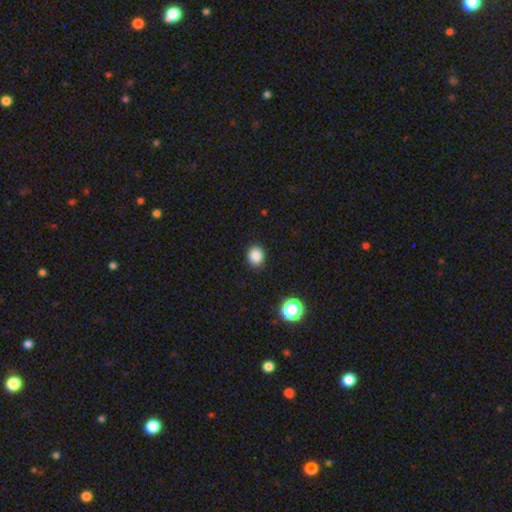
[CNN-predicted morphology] This is clearly a smooth galaxy (85%). How rounded: likely round (69%). Merging: clearly none (89%).